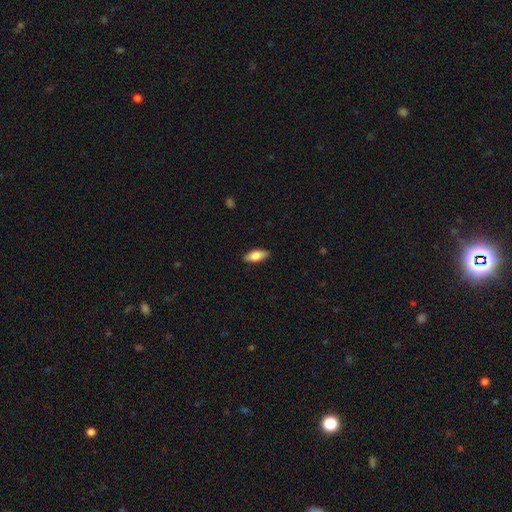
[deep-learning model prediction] A smooth galaxy with no disk features (82%) that is in between round and cigar-shaped (83%). Merging: none (88%).